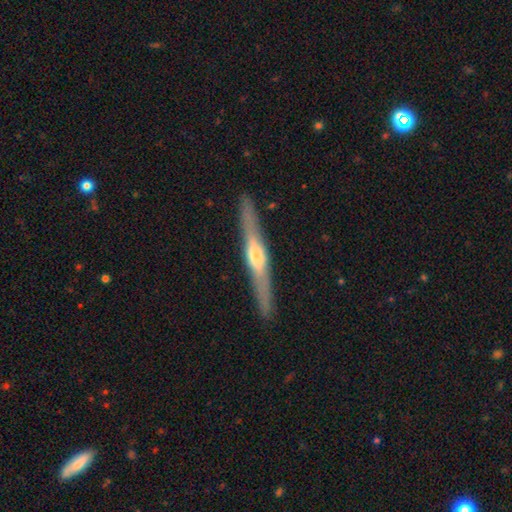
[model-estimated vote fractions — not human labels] Overall: featured or disk (76%). Edge-on disk: yes (98%). Edge-on bulge: rounded (83%). Merging: none (91%).